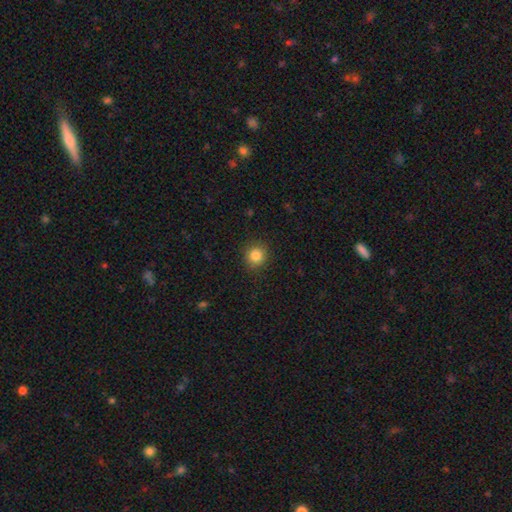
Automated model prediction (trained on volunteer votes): Morphology: type=smooth (85%); roundness=round (91%); merging=none (90%).